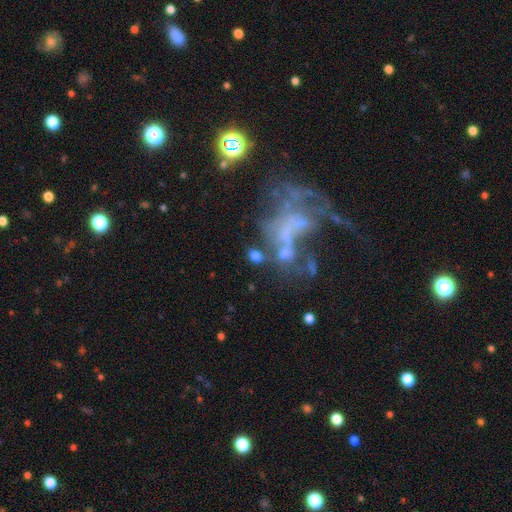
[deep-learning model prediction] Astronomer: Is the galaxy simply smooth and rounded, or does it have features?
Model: smooth — 60%.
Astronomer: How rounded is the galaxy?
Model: in between — 57% (runner-up: round, 39%).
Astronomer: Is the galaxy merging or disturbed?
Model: none — 41% (runner-up: merger, 31%).